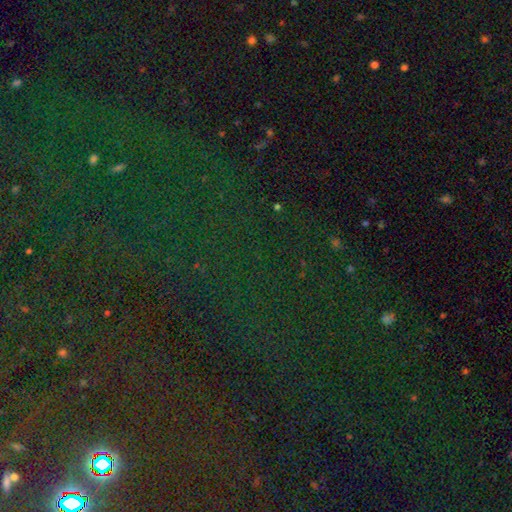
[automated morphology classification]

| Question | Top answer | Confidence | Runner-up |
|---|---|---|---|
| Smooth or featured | star or artifact | 83% | smooth (9%) |